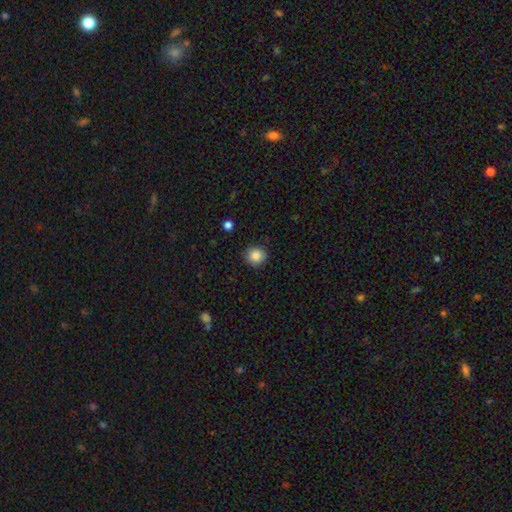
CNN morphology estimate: Smooth or featured? smooth (86%)
How rounded? round (87%)
Merging? none (87%)